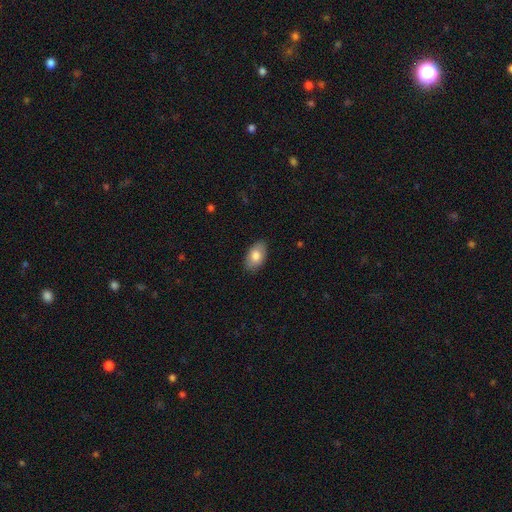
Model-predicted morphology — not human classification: Overall: smooth (80%). How rounded: in between (93%). Merging: none (86%).